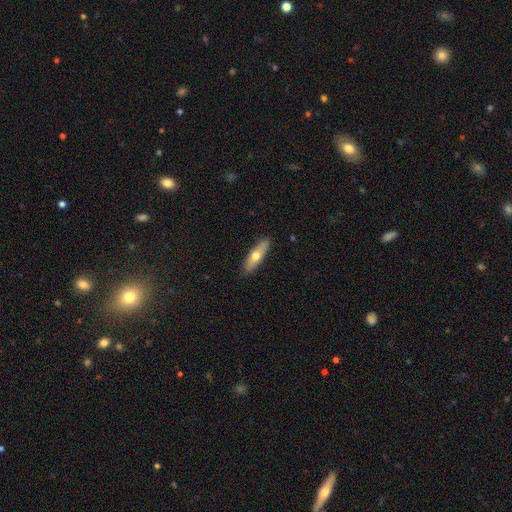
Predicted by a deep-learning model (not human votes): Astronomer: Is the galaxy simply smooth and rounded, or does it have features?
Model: smooth — 57% (runner-up: featured or disk, 37%).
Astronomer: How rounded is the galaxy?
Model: cigar-shaped — 59% (runner-up: in between, 38%).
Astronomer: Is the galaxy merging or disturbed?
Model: none — 88%.